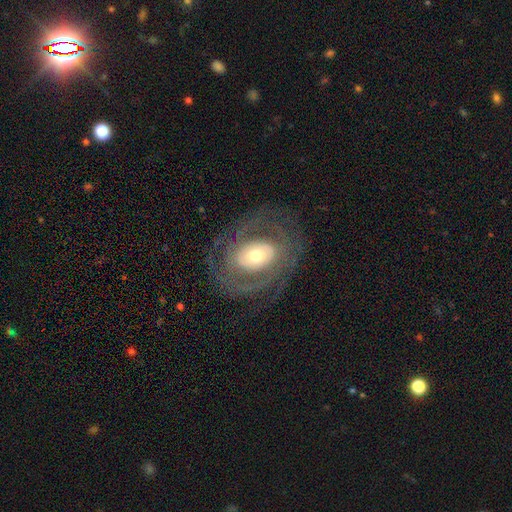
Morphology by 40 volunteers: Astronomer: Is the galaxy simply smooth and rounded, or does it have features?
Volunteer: featured or disk — 78%.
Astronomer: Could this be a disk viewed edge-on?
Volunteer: no — 97%.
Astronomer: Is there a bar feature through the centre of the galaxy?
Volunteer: no — 63%.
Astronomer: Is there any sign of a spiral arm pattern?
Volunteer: yes — 80%.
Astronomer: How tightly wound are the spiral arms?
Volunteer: tight — 79%.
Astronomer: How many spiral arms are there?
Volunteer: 2 — 38% (runner-up: can't tell, 29%).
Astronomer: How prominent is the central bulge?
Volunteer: moderate — 70%.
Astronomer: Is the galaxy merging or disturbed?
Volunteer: none — 61%.